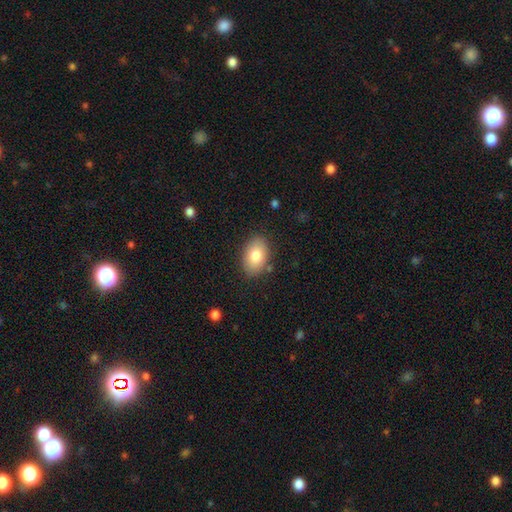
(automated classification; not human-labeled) smooth-or-featured: smooth: 80% | featured or disk: 12% | star or artifact: 7%
  how-rounded: in between: 87% | round: 12% | cigar-shaped: 1%
  merging: none: 85% | minor disturbance: 11% | major disturbance: 3% | merger: 2%